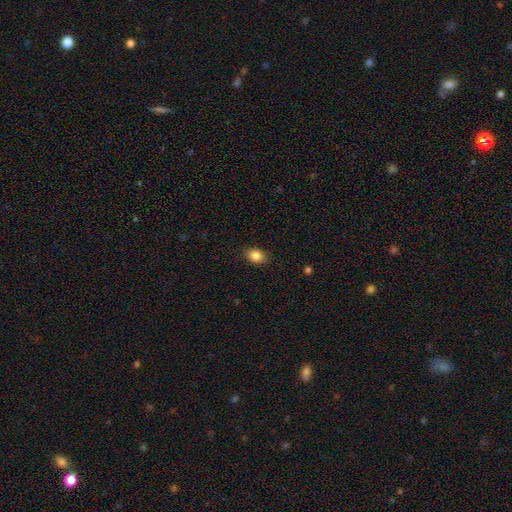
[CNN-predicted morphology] Smooth or featured?
  - smooth: 86% *
  - star or artifact: 9%
  - featured or disk: 5%
How rounded?
  - in between: 69% *
  - round: 29%
  - cigar-shaped: 1%
Merging?
  - none: 86% *
  - minor disturbance: 10%
  - major disturbance: 3%
  - merger: 1%